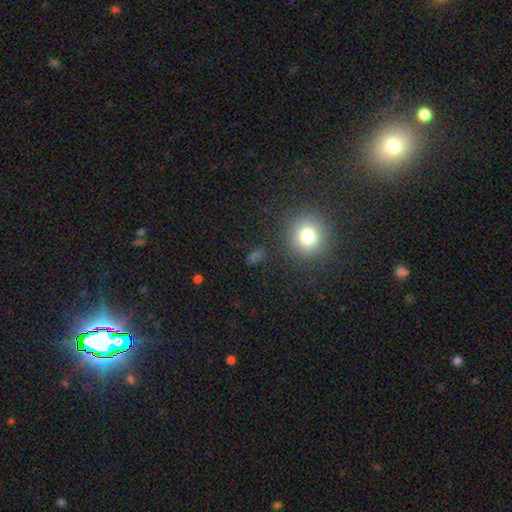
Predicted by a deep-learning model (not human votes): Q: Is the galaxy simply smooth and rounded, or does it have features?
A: smooth — 68%.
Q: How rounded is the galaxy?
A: round — 69%.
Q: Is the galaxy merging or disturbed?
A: none — 83%.